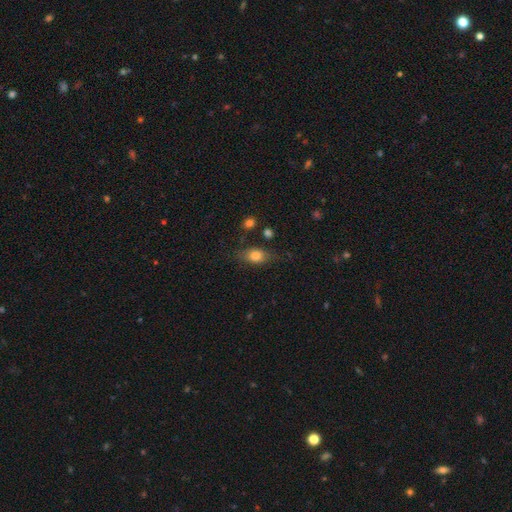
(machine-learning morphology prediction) This is likely a smooth galaxy (76%). How rounded: likely in between (76%). Merging: likely none (71%).